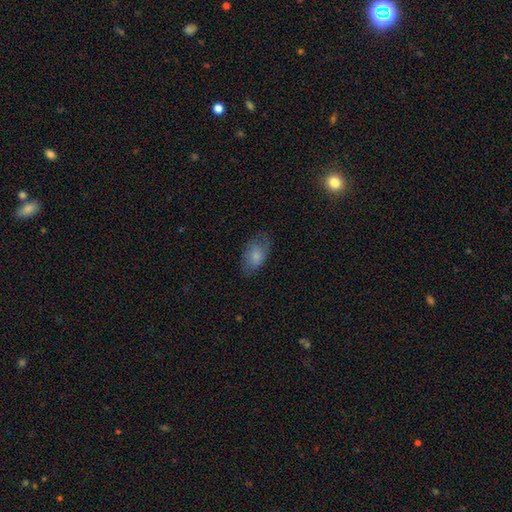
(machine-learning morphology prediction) Smooth or featured? Predicted: smooth (p=0.75). How rounded? Predicted: in between (p=0.92). Merging? Predicted: none (p=0.69).